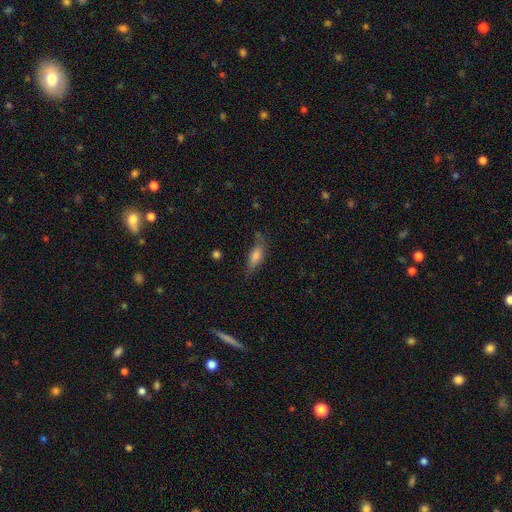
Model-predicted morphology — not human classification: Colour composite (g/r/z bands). It shows a smooth galaxy with no disk features (68%) that is in between round and cigar-shaped (62%). Merging: none (65%).